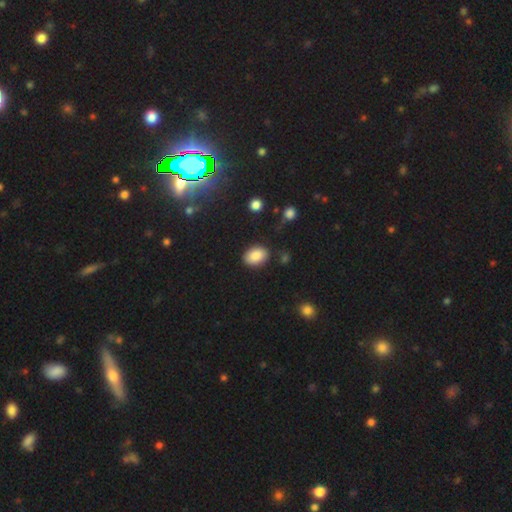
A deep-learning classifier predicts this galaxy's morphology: Q: Smooth or featured?
A: smooth (87%); runner-up: star or artifact (8%)
Q: How rounded?
A: in between (78%); runner-up: round (21%)
Q: Merging?
A: none (85%); runner-up: minor disturbance (11%)